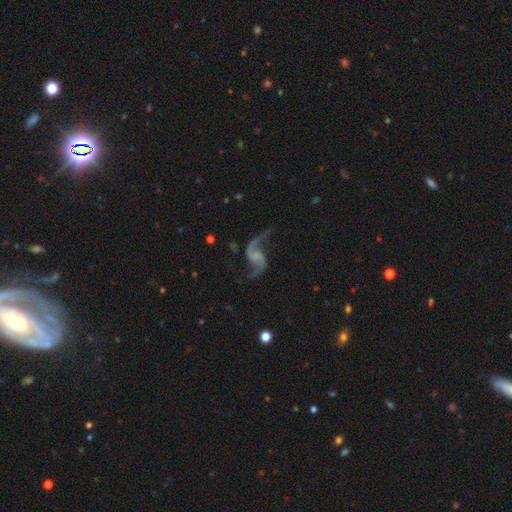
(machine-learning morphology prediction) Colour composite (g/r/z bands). It shows a featured or disk galaxy (91%) with no bar (51%), 2 (94%) loose (82%) spiral arms (97%) and no central bulge (64%). Merging: none (75%).